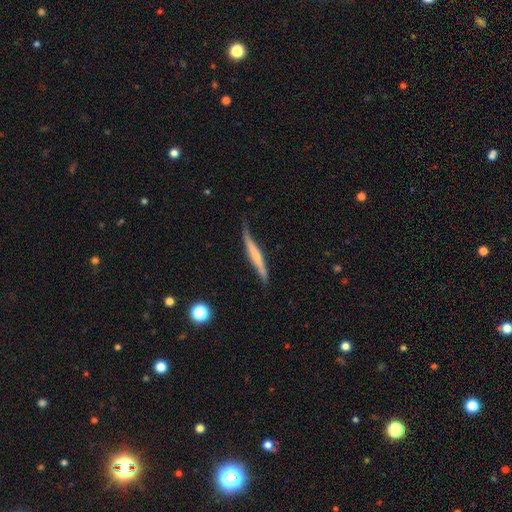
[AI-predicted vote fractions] A featured or disk galaxy (49%). Merging: none (67%).